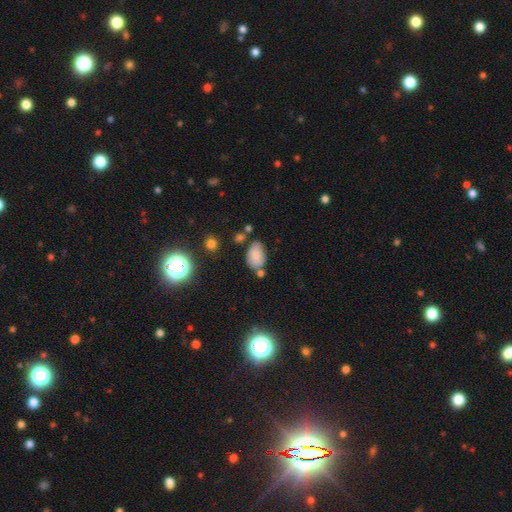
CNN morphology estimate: Smooth or featured: smooth — 82% (star or artifact — 10%)
How rounded: in between — 92% (round — 7%)
Merging: none — 61% (minor disturbance — 20%)